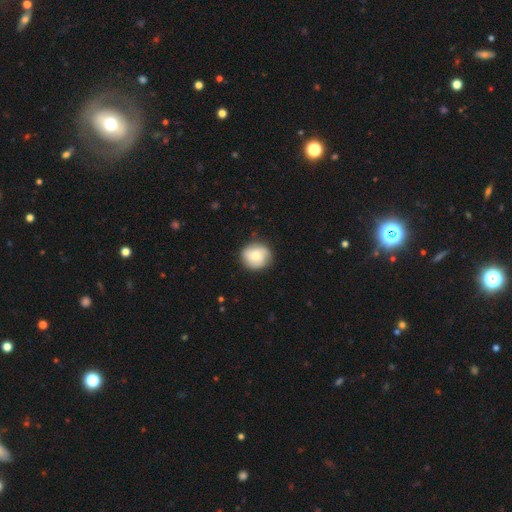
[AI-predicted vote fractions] Morphology: type=smooth (68%); roundness=round (86%); merging=none (83%).